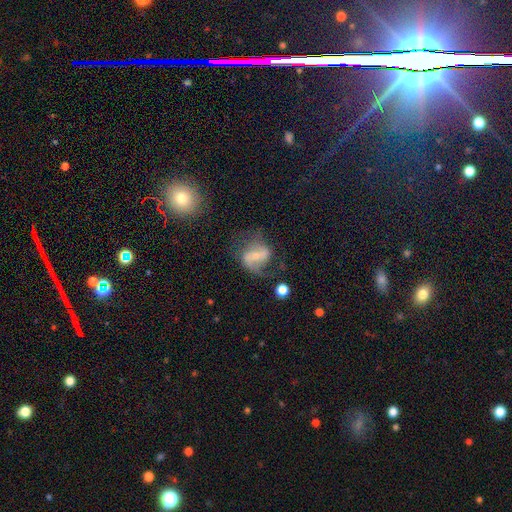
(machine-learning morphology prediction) This appears to be a featured or disk galaxy (69%) with a weak bar (42%), 2 (82%) loose (48%) spiral arms (87%) and a small central bulge (50%). Merging: none (51%).